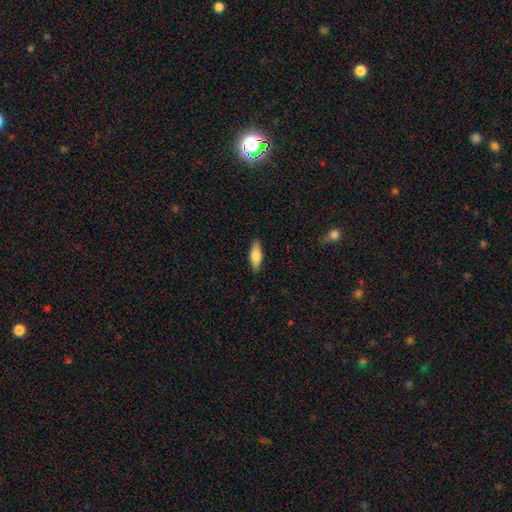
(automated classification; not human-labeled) A smooth galaxy with no disk features (72%) that is in between round and cigar-shaped (58%). Merging: none (88%).